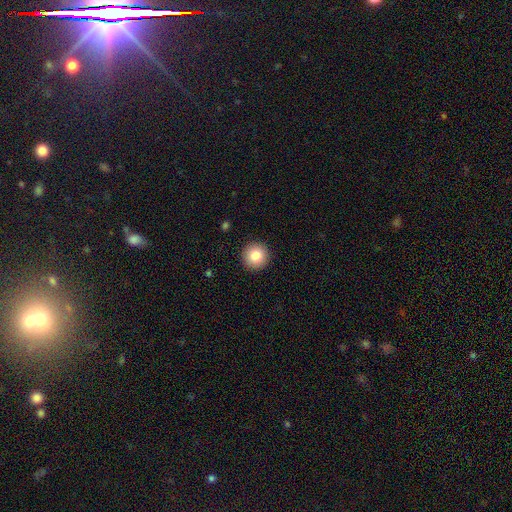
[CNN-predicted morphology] Smooth or featured?
  - smooth: 83% *
  - star or artifact: 9%
  - featured or disk: 7%
How rounded?
  - round: 96% *
  - in between: 3%
  - cigar-shaped: 1%
Merging?
  - none: 93% *
  - minor disturbance: 5%
  - major disturbance: 2%
  - merger: 1%